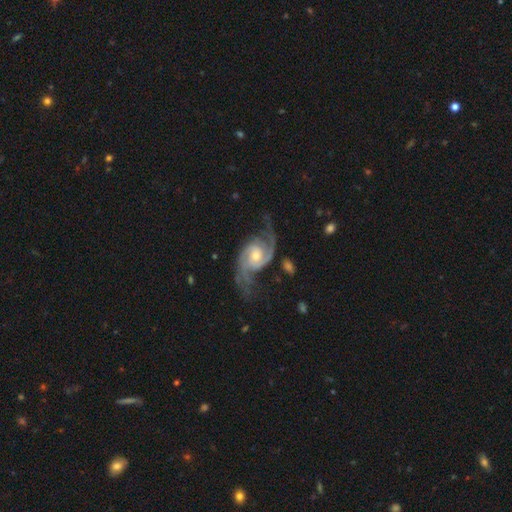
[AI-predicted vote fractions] Q: Smooth or featured?
A: featured or disk (92%); runner-up: star or artifact (4%)
Q: Edge-on disk?
A: no (97%); runner-up: yes (3%)
Q: Bar?
A: no (54%); runner-up: weak (37%)
Q: Spiral arms?
A: yes (98%); runner-up: no (2%)
Q: Spiral winding?
A: medium (49%); runner-up: loose (27%)
Q: Spiral arm count?
A: 2 (78%); runner-up: 3 (9%)
Q: Bulge size?
A: moderate (62%); runner-up: small (30%)
Q: Merging?
A: none (63%); runner-up: minor disturbance (20%)